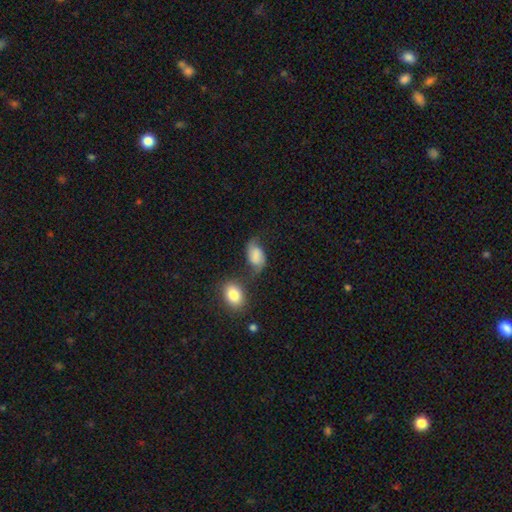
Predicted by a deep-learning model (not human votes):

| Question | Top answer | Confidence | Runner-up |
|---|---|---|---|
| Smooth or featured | smooth | 55% | featured or disk (34%) |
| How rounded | in between | 88% | round (10%) |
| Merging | none | 44% | minor disturbance (26%) |